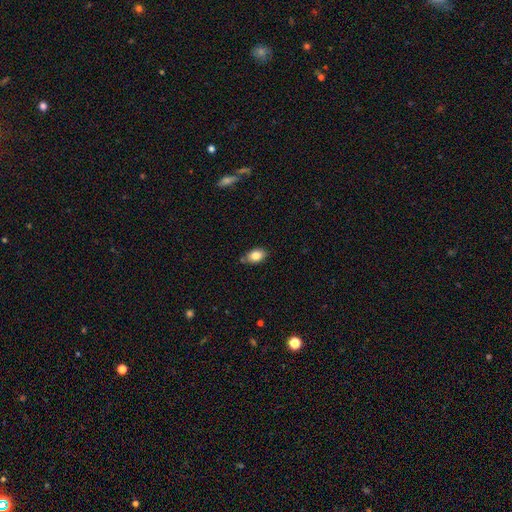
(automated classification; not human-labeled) Smooth or featured?
  - smooth: 83% *
  - featured or disk: 8%
  - star or artifact: 8%
How rounded?
  - in between: 86% *
  - round: 12%
  - cigar-shaped: 2%
Merging?
  - none: 77% *
  - minor disturbance: 17%
  - merger: 4%
  - major disturbance: 3%